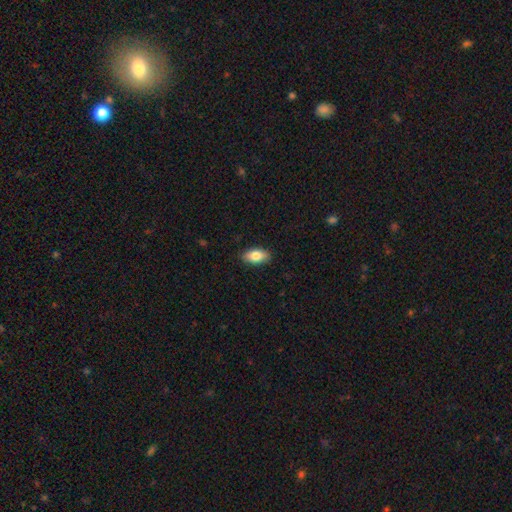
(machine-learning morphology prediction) smooth_or_featured: smooth (p=0.81) [alt: featured or disk p=0.12]
how_rounded: in between (p=0.91) [alt: cigar-shaped p=0.05]
merging: none (p=0.89) [alt: minor disturbance p=0.09]